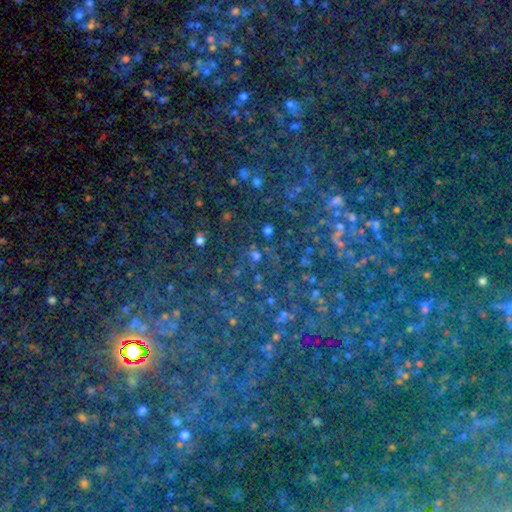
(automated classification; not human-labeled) This is possibly a star or artifact rather than a galaxy (55%).